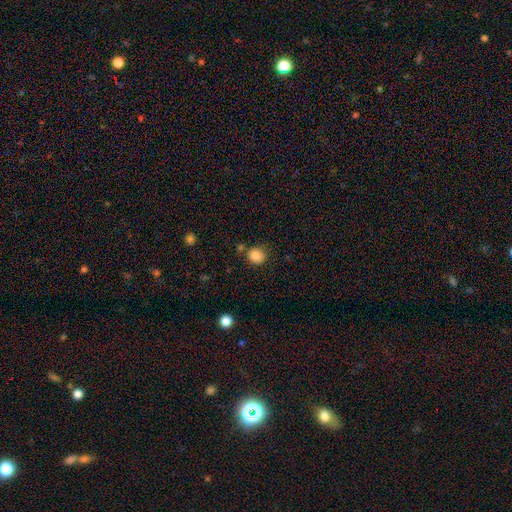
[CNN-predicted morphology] Q: Smooth or featured?
A: smooth (86%); runner-up: star or artifact (11%)
Q: How rounded?
A: round (79%); runner-up: in between (20%)
Q: Merging?
A: none (71%); runner-up: minor disturbance (15%)